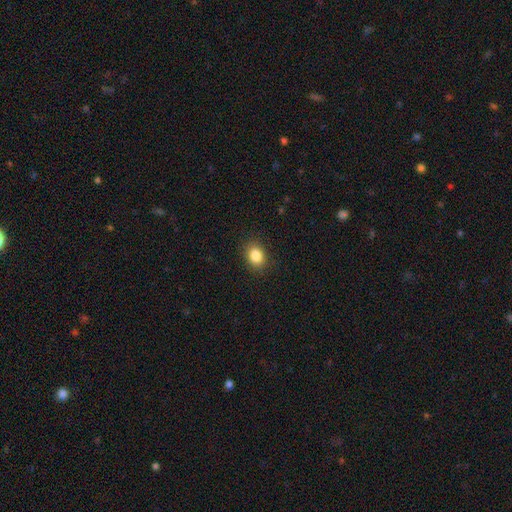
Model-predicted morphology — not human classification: type=smooth (85%); roundness=in between (58%); merging=none (87%).